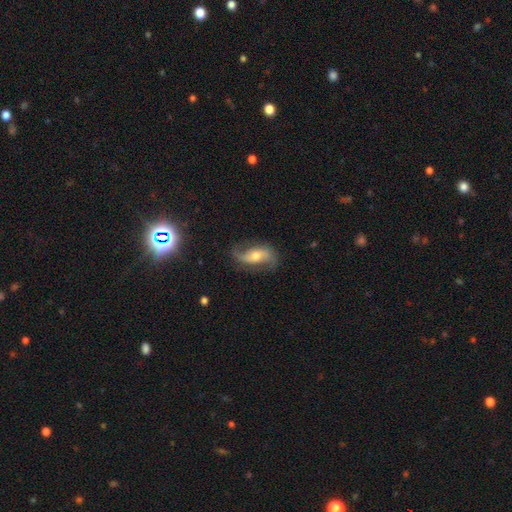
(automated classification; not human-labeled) Smooth or featured? Predicted: featured or disk (p=0.77). Edge-on disk? Predicted: no (p=0.94). Bar? Predicted: no (p=0.49). Spiral arms? Predicted: yes (p=0.93). Spiral winding? Predicted: loose (p=0.64). Spiral arm count? Predicted: 2 (p=0.88). Bulge size? Predicted: moderate (p=0.60). Merging? Predicted: none (p=0.71).